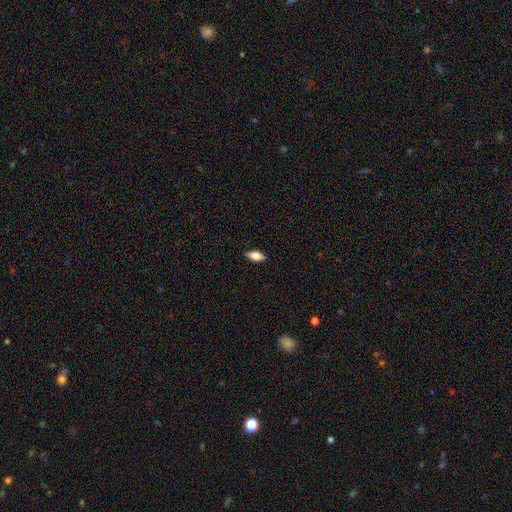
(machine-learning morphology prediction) smooth 79%, featured or disk 14%, star or artifact 7%. Down the decision tree: how rounded — in between (84%); merging — none (88%).